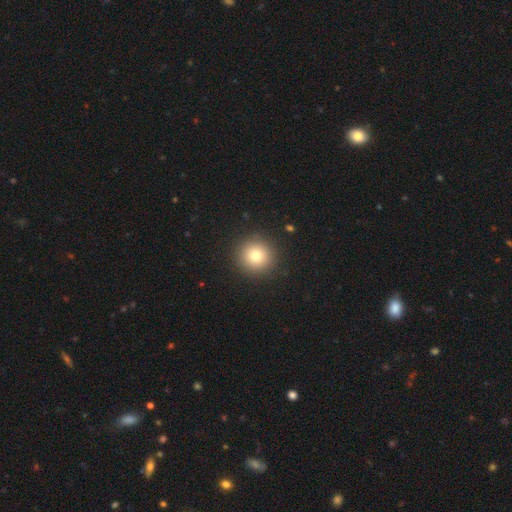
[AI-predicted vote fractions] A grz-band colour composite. It shows a smooth galaxy with no disk features (79%) that is round (94%). Merging: none (92%).